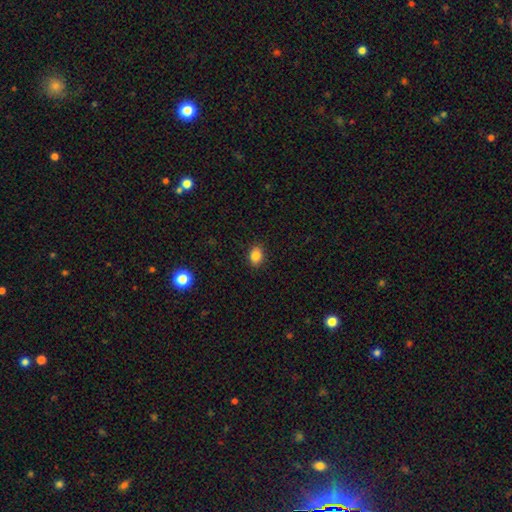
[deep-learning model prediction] Overall: smooth (85%). How rounded: in between (59%; round 40%). Merging: none (89%).